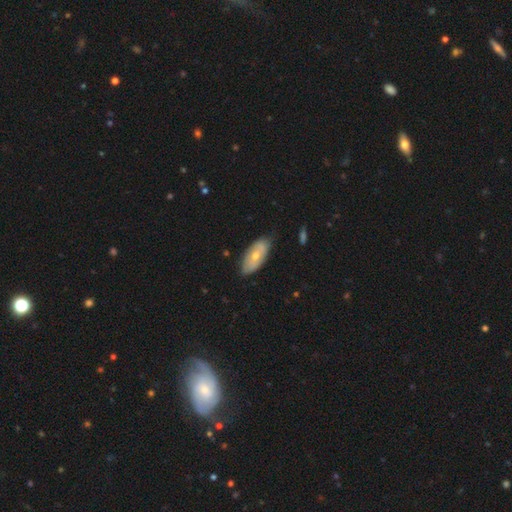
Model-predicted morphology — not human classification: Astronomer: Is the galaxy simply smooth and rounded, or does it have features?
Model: smooth — 53% (runner-up: featured or disk, 41%).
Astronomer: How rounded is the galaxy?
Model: in between — 89%.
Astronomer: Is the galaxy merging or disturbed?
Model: none — 77%.